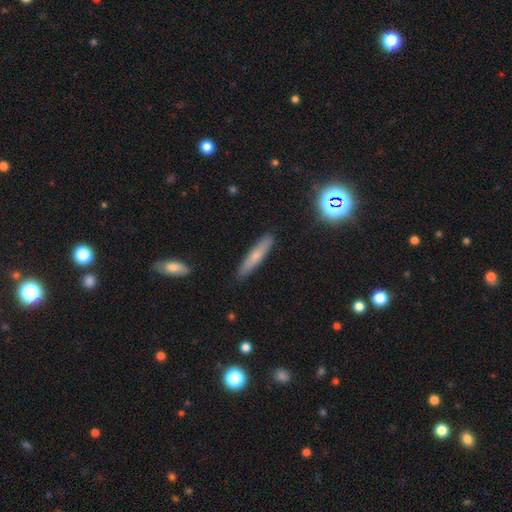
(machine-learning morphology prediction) A smooth galaxy with no disk features (65%) that is cigar-shaped (87%). Merging: none (88%).